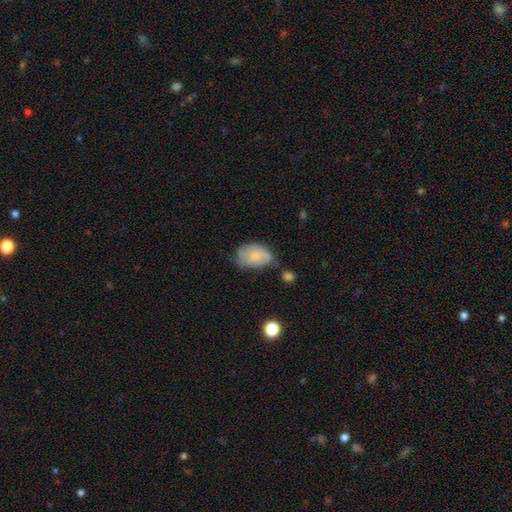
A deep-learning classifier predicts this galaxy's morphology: A smooth galaxy with no disk features (66%) that is in between round and cigar-shaped (88%).

Vote fractions:
- Smooth or featured? smooth: 66% / featured or disk: 27% / star or artifact: 8%
- How rounded? in between: 88% / round: 10% / cigar-shaped: 1%
- Merging? none: 42% / minor disturbance: 38% / major disturbance: 13% / merger: 7%